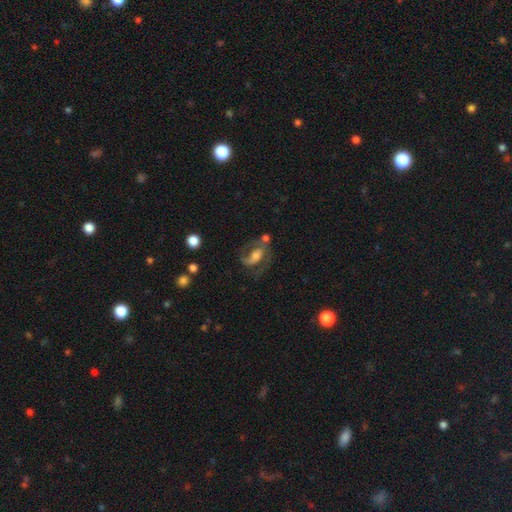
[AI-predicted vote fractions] This appears to be a featured or disk galaxy (70%) with no bar (43%), 2 (56%) medium (48%) spiral arms (85%) and a moderate central bulge (53%). Merging: none (41%).